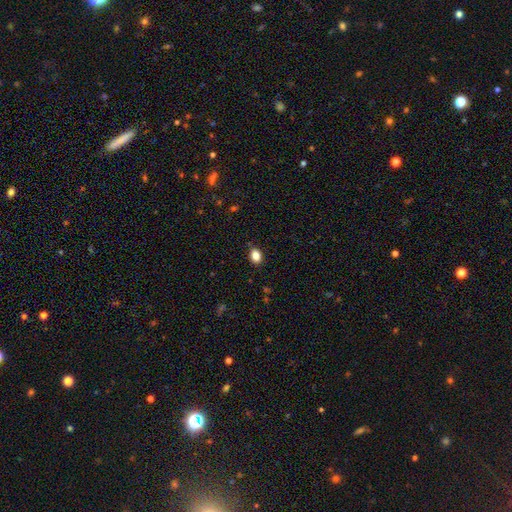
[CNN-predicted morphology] Overall: smooth (85%). How rounded: in between (74%). Merging: none (87%).